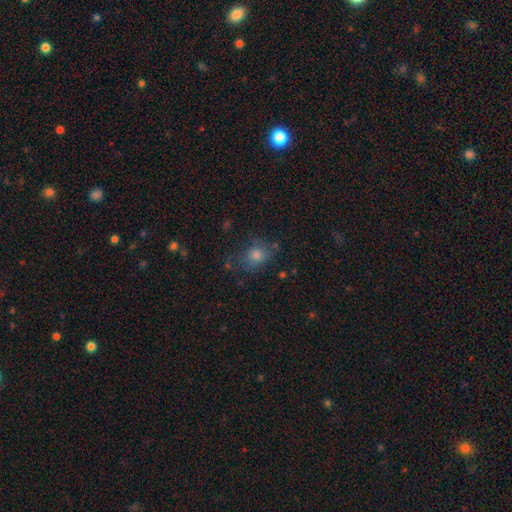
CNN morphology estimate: Smooth or featured?
  - smooth: 73% *
  - star or artifact: 15%
  - featured or disk: 12%
How rounded?
  - round: 54% *
  - in between: 45%
  - cigar-shaped: 1%
Merging?
  - none: 67% *
  - minor disturbance: 21%
  - major disturbance: 10%
  - merger: 3%